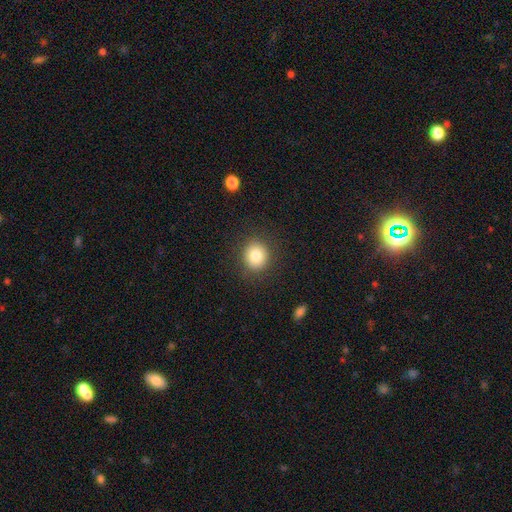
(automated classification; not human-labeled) The model was most divided on "how rounded": round: 84%, in between: 15%, cigar-shaped: 1%. More confident: merging — none (89%); smooth or featured — smooth (81%).